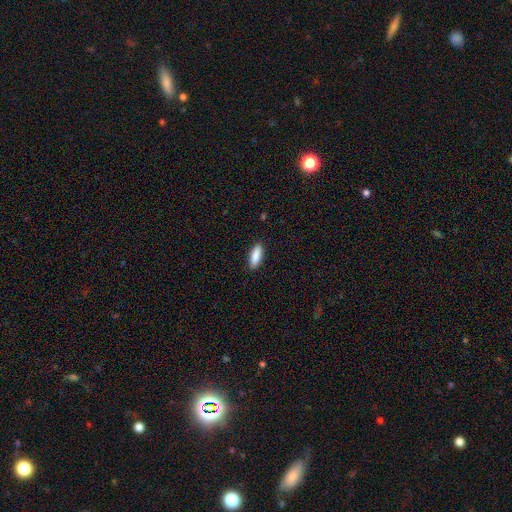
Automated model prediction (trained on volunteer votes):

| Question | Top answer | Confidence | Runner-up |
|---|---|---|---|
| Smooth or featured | smooth | 89% | star or artifact (6%) |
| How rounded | in between | 61% | cigar-shaped (37%) |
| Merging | none | 89% | minor disturbance (8%) |